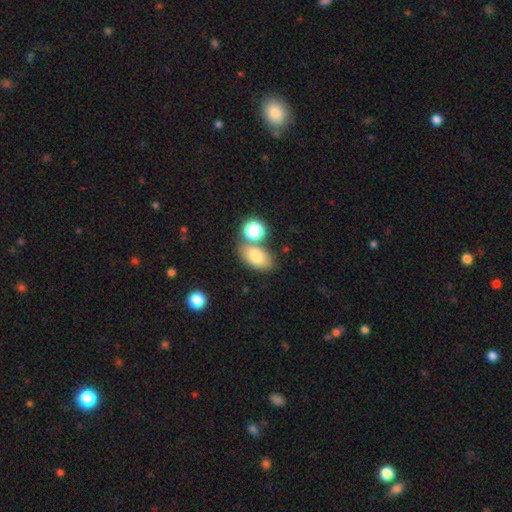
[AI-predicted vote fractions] Q: Smooth or featured?
A: smooth (77%); runner-up: featured or disk (13%)
Q: How rounded?
A: in between (87%); runner-up: round (11%)
Q: Merging?
A: none (65%); runner-up: merger (18%)